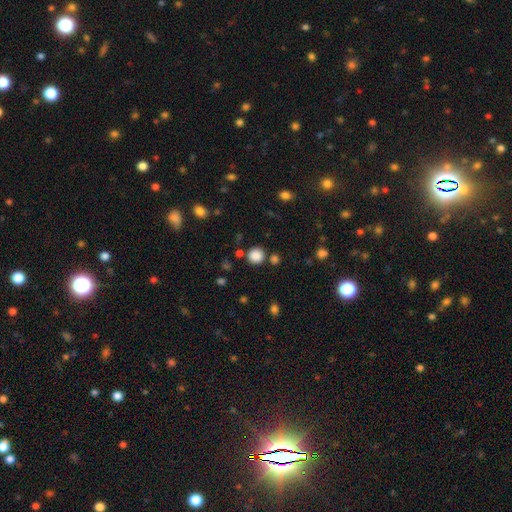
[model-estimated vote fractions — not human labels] Smooth or featured?
  - smooth: 85% *
  - star or artifact: 11%
  - featured or disk: 4%
How rounded?
  - round: 92% *
  - in between: 7%
  - cigar-shaped: 1%
Merging?
  - none: 83% *
  - minor disturbance: 7%
  - merger: 6%
  - major disturbance: 3%